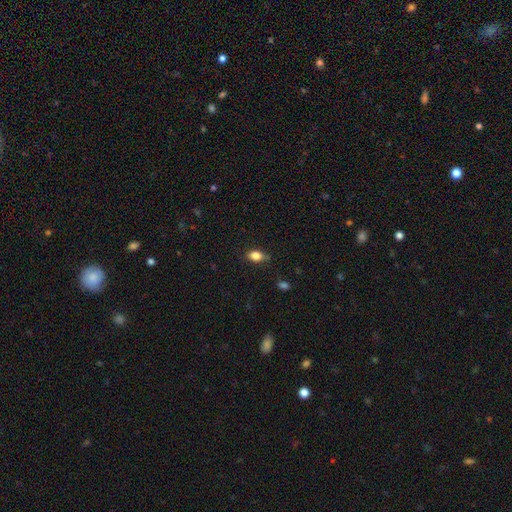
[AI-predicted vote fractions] Smooth or featured? smooth (82%)
How rounded? in between (82%)
Merging? none (77%)